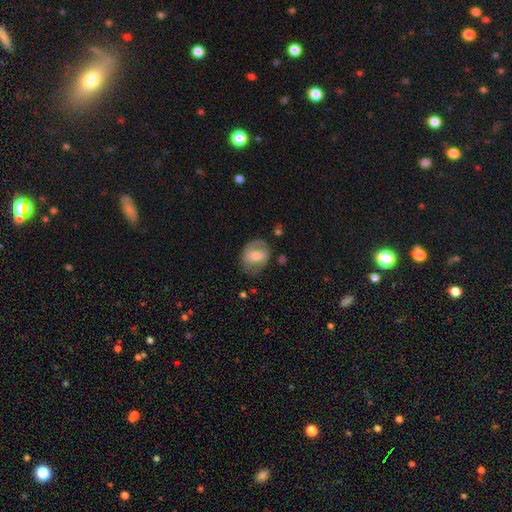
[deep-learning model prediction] A featured or disk galaxy (52%). Merging: none (63%).